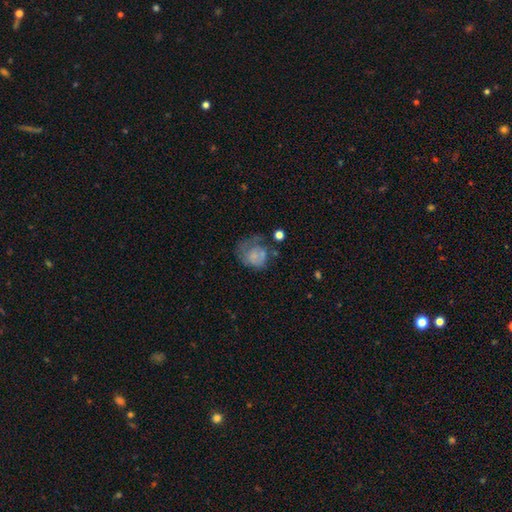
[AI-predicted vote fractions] Morphology: type=smooth (54%); roundness=round (65%); merging=major disturbance (41%).